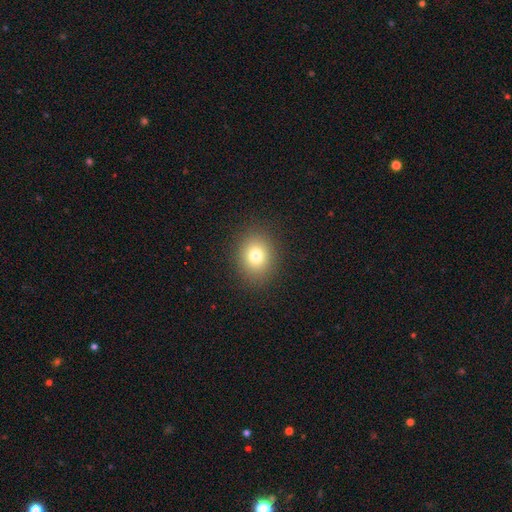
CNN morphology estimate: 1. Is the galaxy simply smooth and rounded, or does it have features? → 78% smooth, 13% star or artifact, 10% featured or disk.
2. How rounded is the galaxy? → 59% round, 40% in between, 1% cigar-shaped.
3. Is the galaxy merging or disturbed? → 88% none, 8% minor disturbance, 3% major disturbance, 1% merger.